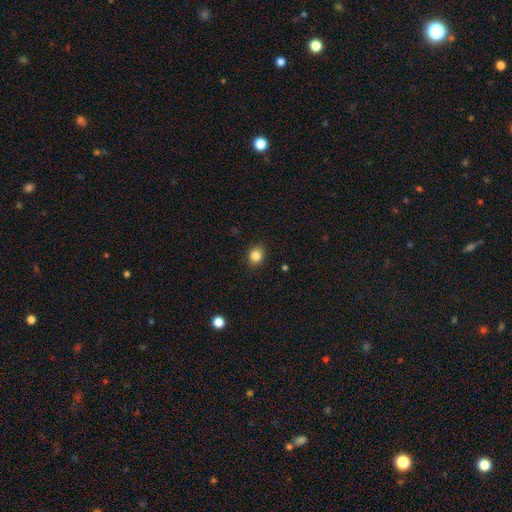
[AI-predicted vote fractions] smooth_or_featured: smooth (p=0.85) [alt: star or artifact p=0.11]
how_rounded: round (p=0.66) [alt: in between p=0.33]
merging: none (p=0.86) [alt: minor disturbance p=0.11]